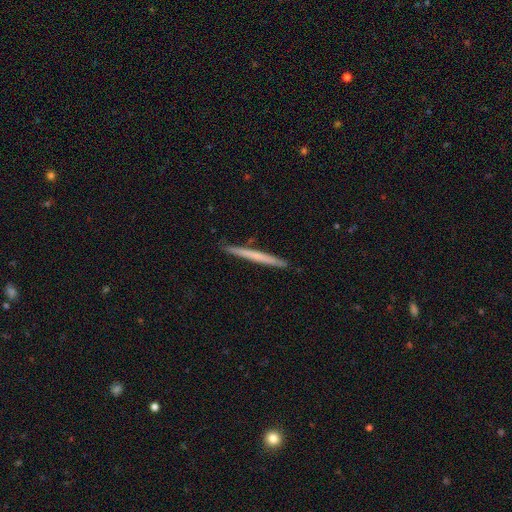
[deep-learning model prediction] This is possibly a smooth galaxy (54%). How rounded: clearly cigar-shaped (97%). Merging: clearly none (91%).